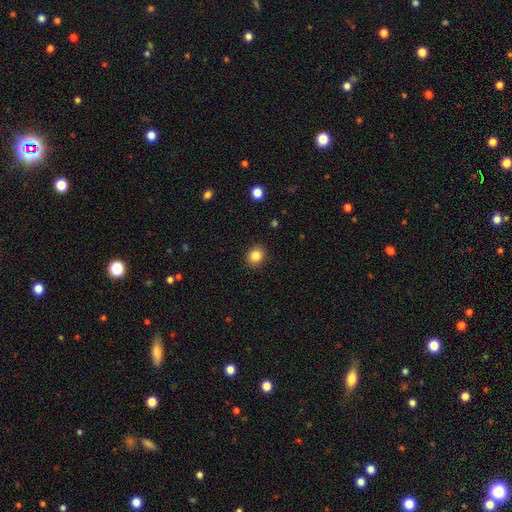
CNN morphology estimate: A smooth galaxy with no disk features (85%) that is round (70%). Merging: none (90%).